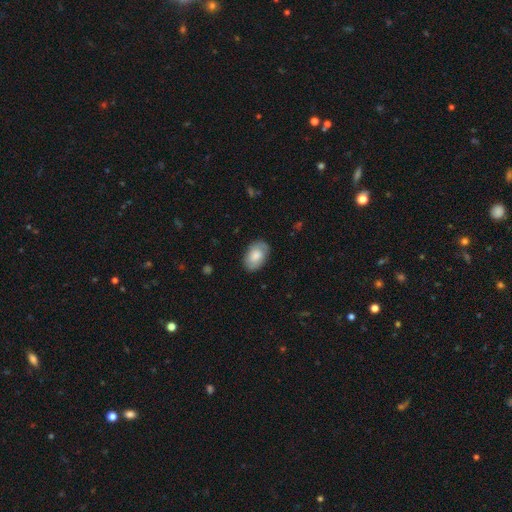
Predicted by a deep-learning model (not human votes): Morphology: type=smooth (71%); roundness=in between (91%); merging=none (81%).